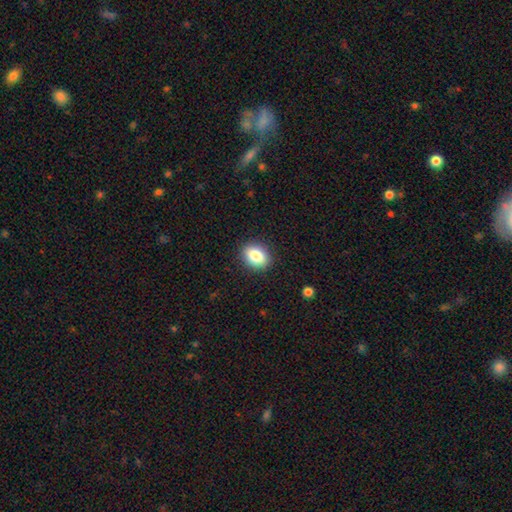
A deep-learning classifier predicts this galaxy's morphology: Smooth or featured? smooth (85%)
How rounded? in between (68%)
Merging? none (89%)